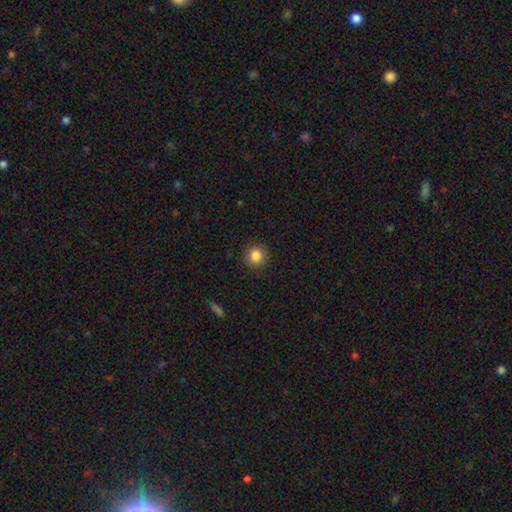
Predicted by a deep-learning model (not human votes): Overall: smooth (85%). How rounded: round (91%). Merging: none (90%).